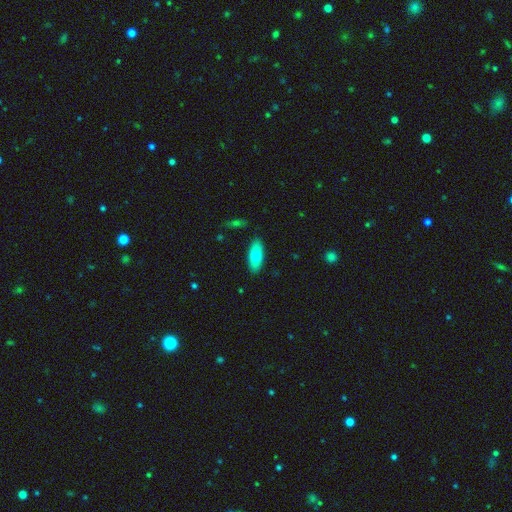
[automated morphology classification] The model was most divided on "how rounded": in between: 75%, cigar-shaped: 23%, round: 2%. More confident: merging — none (88%); smooth or featured — smooth (74%).